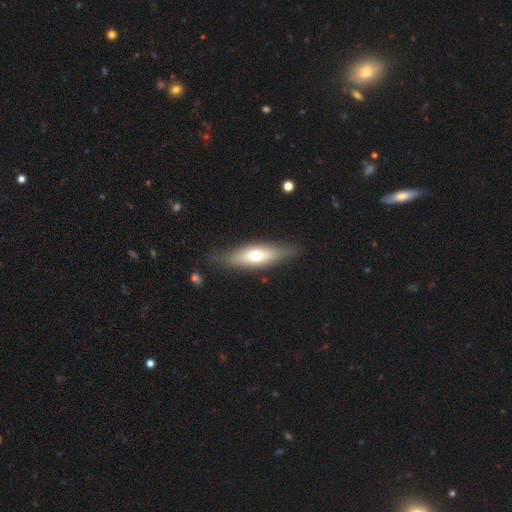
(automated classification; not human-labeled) The model was most divided on "how rounded": cigar-shaped: 49%, in between: 48%, round: 3%. More confident: merging — none (81%); smooth or featured — smooth (54%).